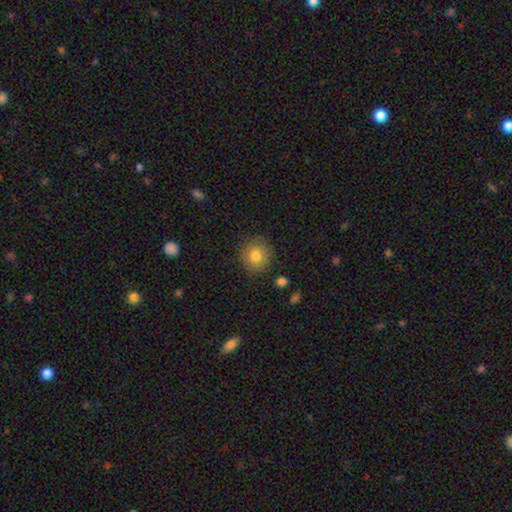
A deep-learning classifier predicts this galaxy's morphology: This is clearly a smooth galaxy (81%). How rounded: clearly round (89%). Merging: clearly none (87%).